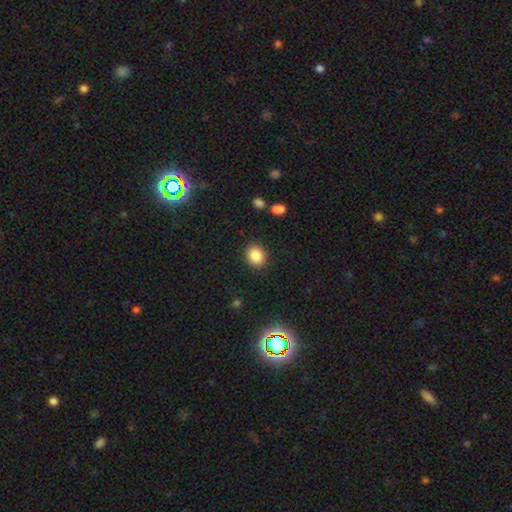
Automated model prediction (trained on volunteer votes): Smooth or featured?
  - smooth: 86% *
  - star or artifact: 10%
  - featured or disk: 4%
How rounded?
  - round: 62% *
  - in between: 37%
  - cigar-shaped: 1%
Merging?
  - none: 89% *
  - minor disturbance: 7%
  - major disturbance: 2%
  - merger: 1%